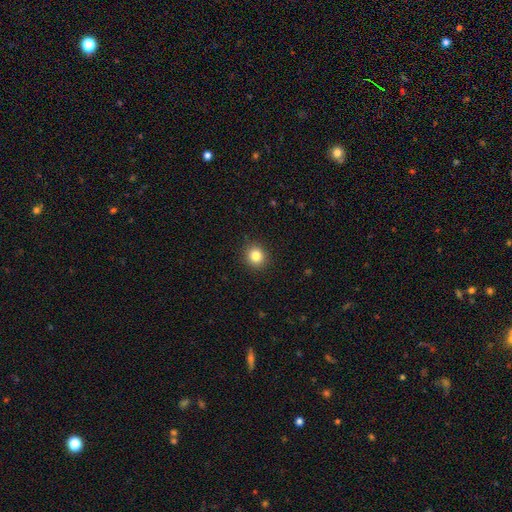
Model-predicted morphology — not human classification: Q: Smooth or featured?
A: smooth (83%); runner-up: star or artifact (11%)
Q: How rounded?
A: round (84%); runner-up: in between (15%)
Q: Merging?
A: none (91%); runner-up: minor disturbance (7%)